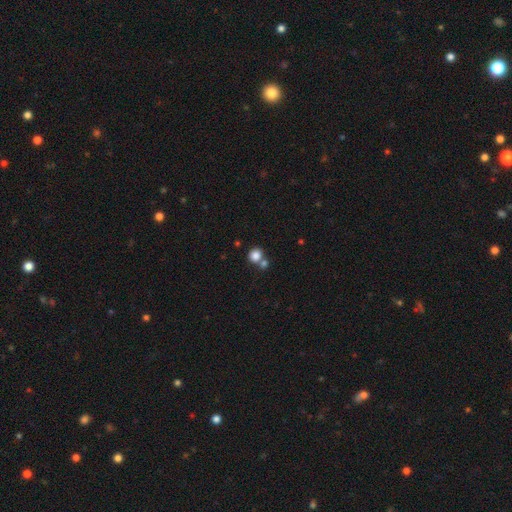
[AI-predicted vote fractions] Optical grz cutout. It shows a smooth galaxy with no disk features (84%) that is round (82%). Merging: none (55%).